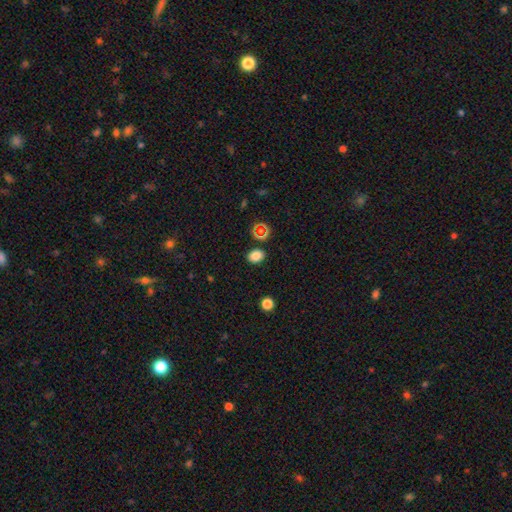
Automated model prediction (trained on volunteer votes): This is clearly a smooth galaxy (81%). How rounded: possibly in between (58%). Merging: clearly none (86%).